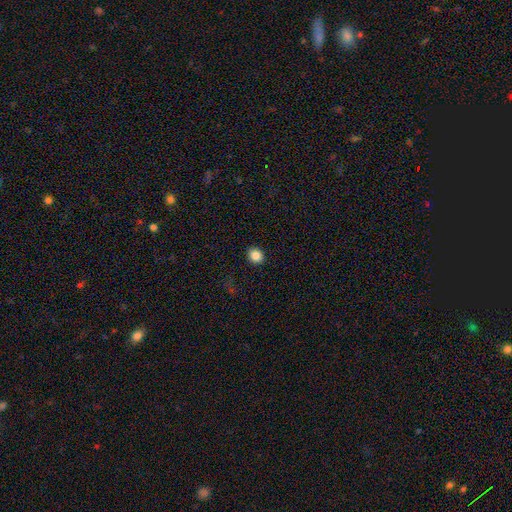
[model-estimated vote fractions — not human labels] A smooth galaxy with no disk features (85%) that is round (61%).

Vote fractions:
- Smooth or featured? smooth: 85% / star or artifact: 10% / featured or disk: 4%
- How rounded? round: 61% / in between: 38% / cigar-shaped: 1%
- Merging? none: 90% / minor disturbance: 7% / major disturbance: 2% / merger: 1%